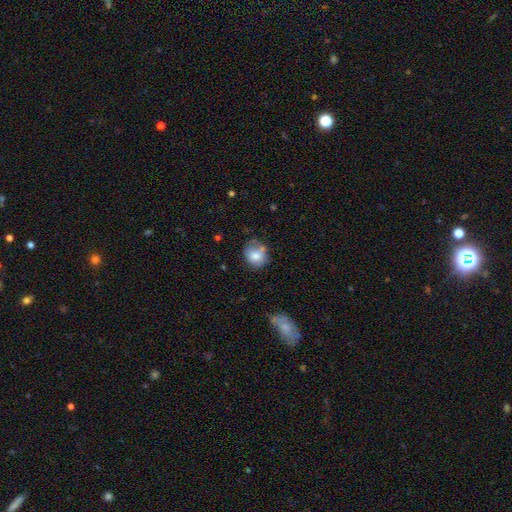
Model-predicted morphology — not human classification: smooth-or-featured: smooth: 74% | featured or disk: 17% | star or artifact: 9%
  how-rounded: round: 68% | in between: 31% | cigar-shaped: 1%
  merging: none: 49% | minor disturbance: 29% | merger: 11% | major disturbance: 11%